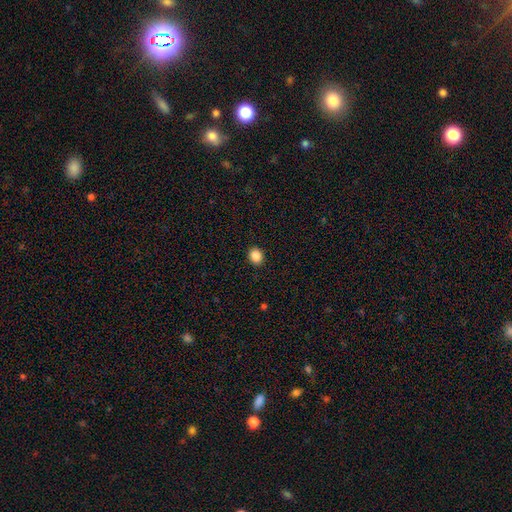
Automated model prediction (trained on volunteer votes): A smooth galaxy with no disk features (87%) that is round (64%).

Vote fractions:
- Smooth or featured? smooth: 87% / star or artifact: 10% / featured or disk: 3%
- How rounded? round: 64% / in between: 35% / cigar-shaped: 1%
- Merging? none: 92% / minor disturbance: 6% / major disturbance: 2% / merger: 1%